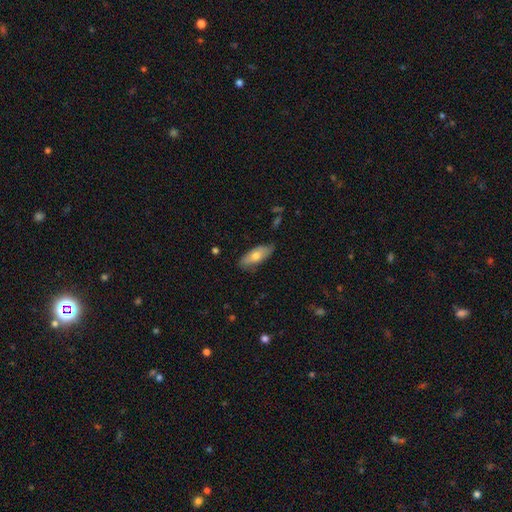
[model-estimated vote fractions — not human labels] Smooth or featured? Predicted: smooth (p=0.68). How rounded? Predicted: in between (p=0.78). Merging? Predicted: none (p=0.79).